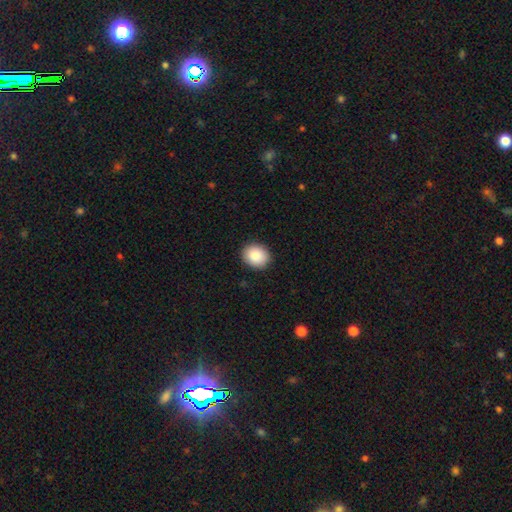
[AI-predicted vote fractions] smooth-or-featured: smooth: 89% | star or artifact: 7% | featured or disk: 4%
  how-rounded: round: 67% | in between: 33% | cigar-shaped: 1%
  merging: none: 90% | minor disturbance: 7% | major disturbance: 2% | merger: 1%